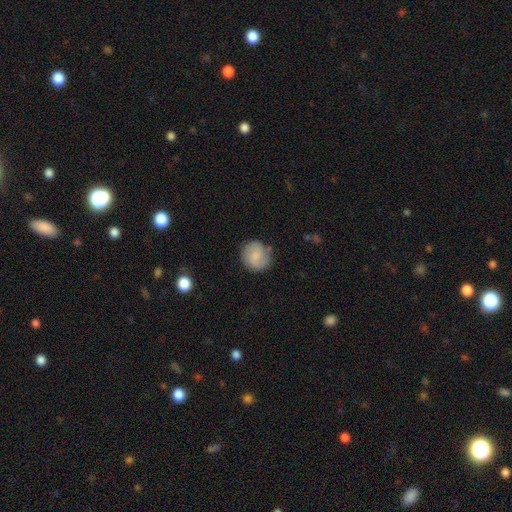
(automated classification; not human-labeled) Smooth or featured? Predicted: smooth (p=0.60). How rounded? Predicted: round (p=0.89). Merging? Predicted: none (p=0.77).